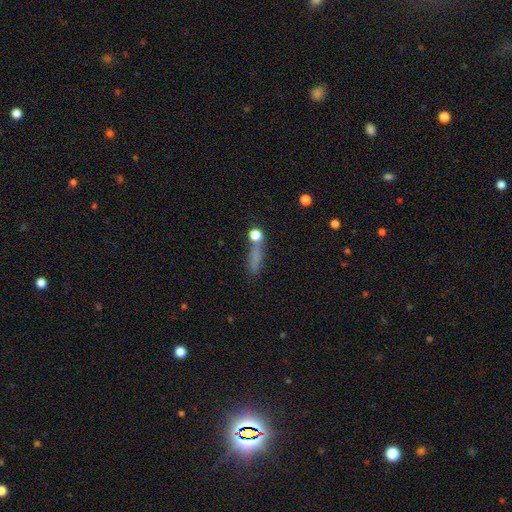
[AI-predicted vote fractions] A smooth galaxy with no disk features (66%) that is cigar-shaped (63%).

Vote fractions:
- Smooth or featured? smooth: 66% / star or artifact: 19% / featured or disk: 15%
- How rounded? cigar-shaped: 63% / in between: 26% / round: 11%
- Merging? none: 61% / minor disturbance: 17% / merger: 12% / major disturbance: 10%